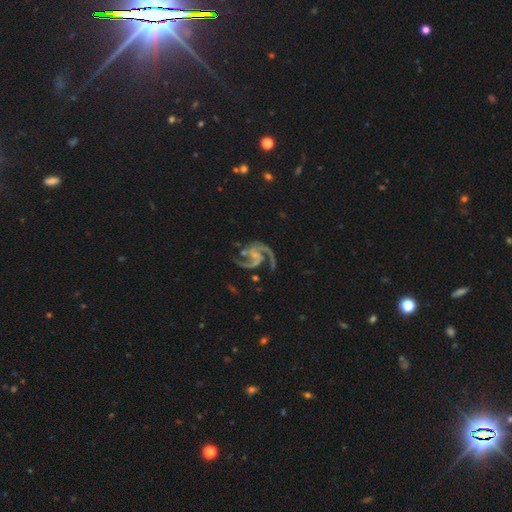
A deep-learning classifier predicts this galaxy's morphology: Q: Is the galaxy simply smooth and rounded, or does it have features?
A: featured or disk — 93%.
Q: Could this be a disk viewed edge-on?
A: no — 99%.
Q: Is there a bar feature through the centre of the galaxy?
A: no — 42%.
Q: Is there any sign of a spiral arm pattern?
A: yes — 98%.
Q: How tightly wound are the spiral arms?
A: medium — 60%.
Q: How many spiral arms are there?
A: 2 — 84%.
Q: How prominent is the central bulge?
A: small — 44%.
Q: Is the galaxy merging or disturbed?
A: none — 64%.